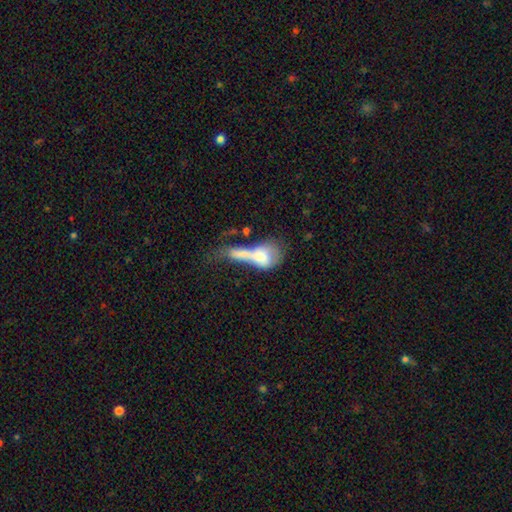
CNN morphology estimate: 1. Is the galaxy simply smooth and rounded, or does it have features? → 57% smooth, 34% featured or disk, 9% star or artifact.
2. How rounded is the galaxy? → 60% in between, 26% round, 14% cigar-shaped.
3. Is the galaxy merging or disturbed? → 55% merger, 25% major disturbance, 11% none, 9% minor disturbance.